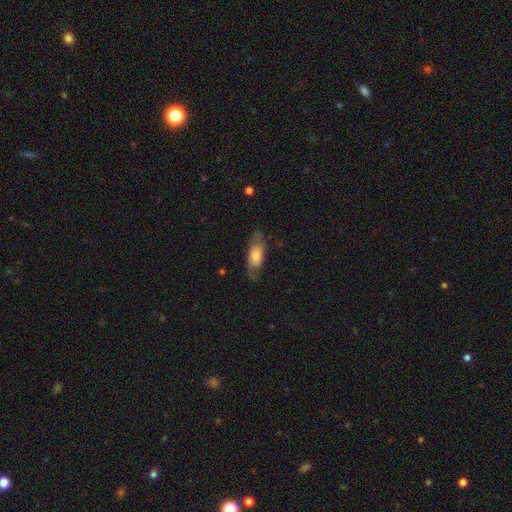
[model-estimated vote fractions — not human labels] smooth 58%, featured or disk 36%, star or artifact 7%. Down the decision tree: how rounded — in between (78%); merging — none (69%).